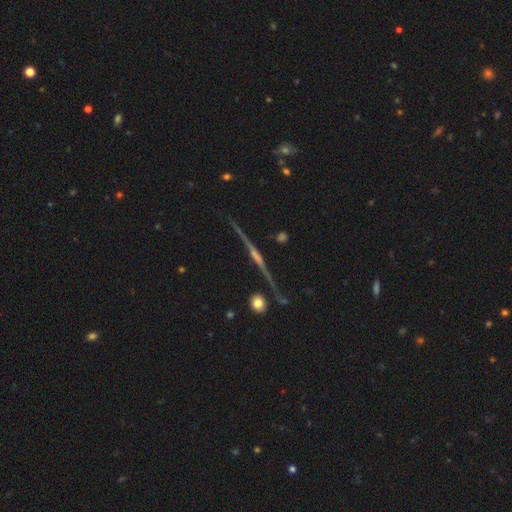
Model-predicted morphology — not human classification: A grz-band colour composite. It shows a featured or disk galaxy (86%) viewed edge-on (97%) with a rounded central bulge (60%). Merging: none (87%).